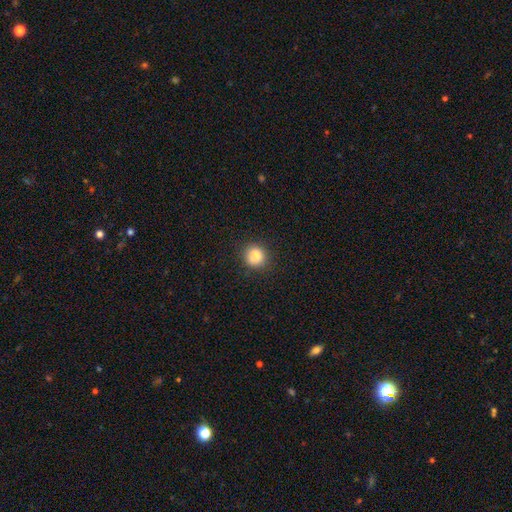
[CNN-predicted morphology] smooth_or_featured: smooth (p=0.82) [alt: star or artifact p=0.11]
how_rounded: round (p=0.89) [alt: in between p=0.10]
merging: none (p=0.86) [alt: minor disturbance p=0.10]